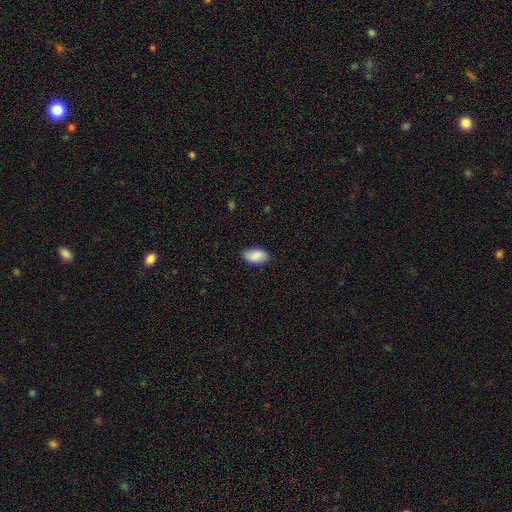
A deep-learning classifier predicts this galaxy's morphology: A smooth galaxy with no disk features (89%) that is in between round and cigar-shaped (94%).

Vote fractions:
- Smooth or featured? smooth: 89% / star or artifact: 6% / featured or disk: 5%
- How rounded? in between: 94% / round: 4% / cigar-shaped: 2%
- Merging? none: 85% / minor disturbance: 11% / major disturbance: 2% / merger: 1%